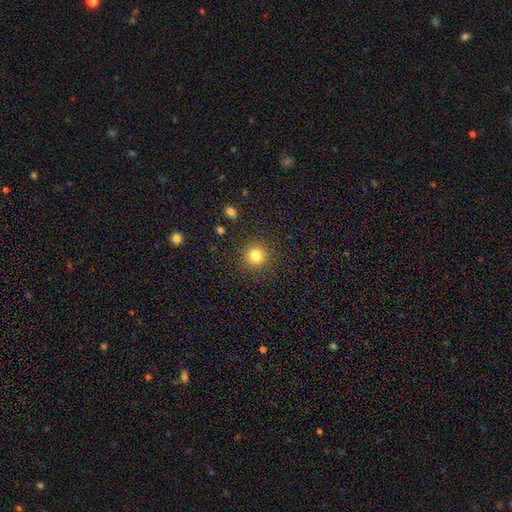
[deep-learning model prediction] Smooth or featured: smooth — 81% (star or artifact — 12%)
How rounded: round — 94% (in between — 5%)
Merging: none — 89% (minor disturbance — 7%)